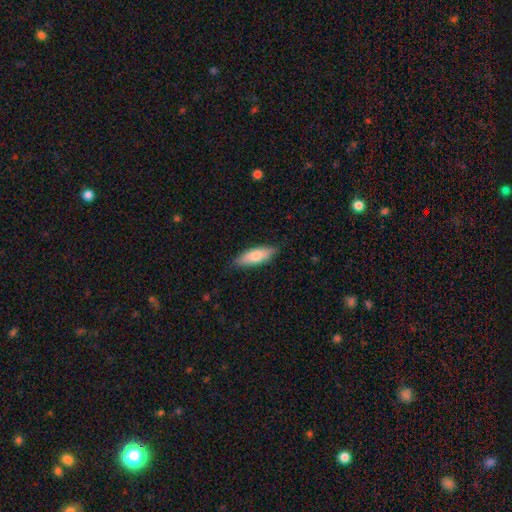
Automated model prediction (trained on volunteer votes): Morphology: type=smooth (75%); roundness=in between (58%); merging=none (83%).